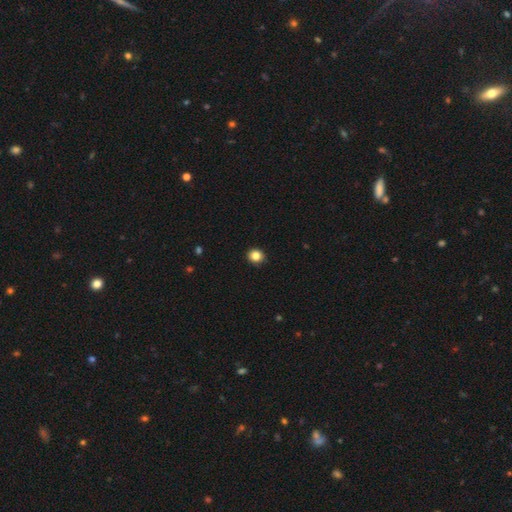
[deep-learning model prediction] Q: Smooth or featured?
A: smooth (85%); runner-up: star or artifact (11%)
Q: How rounded?
A: round (84%); runner-up: in between (15%)
Q: Merging?
A: none (92%); runner-up: minor disturbance (6%)